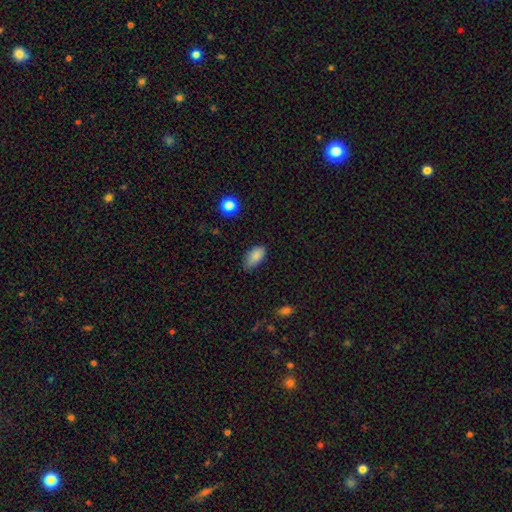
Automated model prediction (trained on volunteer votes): A smooth galaxy with no disk features (86%) that is in between round and cigar-shaped (92%).

Vote fractions:
- Smooth or featured? smooth: 86% / star or artifact: 8% / featured or disk: 6%
- How rounded? in between: 92% / cigar-shaped: 4% / round: 4%
- Merging? none: 72% / minor disturbance: 23% / major disturbance: 3% / merger: 1%